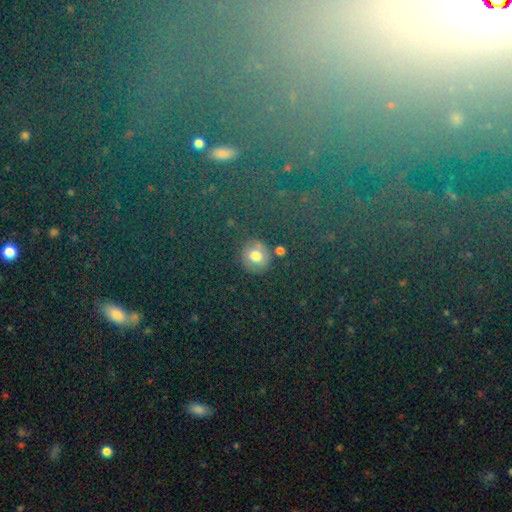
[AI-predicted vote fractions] Overall: smooth (69%). How rounded: round (84%). Merging: none (77%).